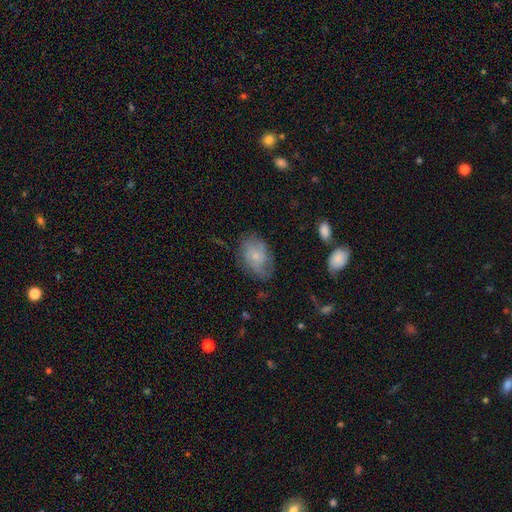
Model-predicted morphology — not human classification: This is possibly a smooth galaxy (51%). How rounded: clearly in between (82%). Merging: likely none (61%).